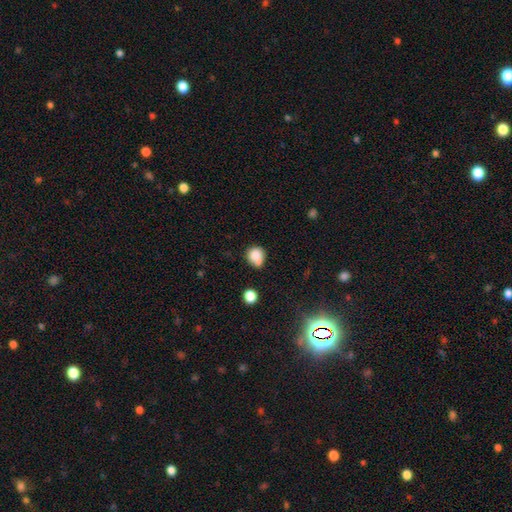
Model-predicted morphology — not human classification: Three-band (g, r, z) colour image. It shows a smooth galaxy with no disk features (83%) that is round (75%). Merging: none (53%).